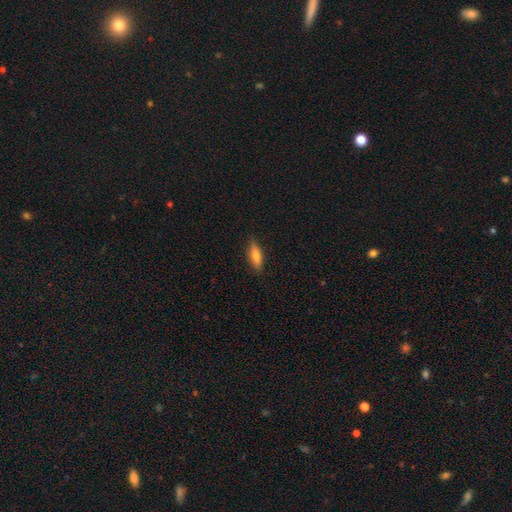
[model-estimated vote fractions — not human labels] Smooth or featured? Predicted: smooth (p=0.72). How rounded? Predicted: in between (p=0.55). Merging? Predicted: none (p=0.86).